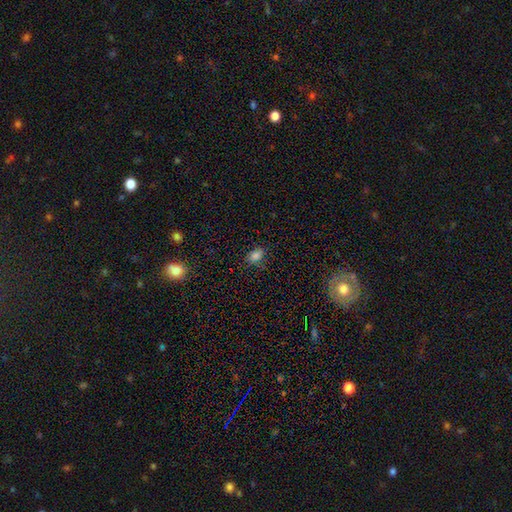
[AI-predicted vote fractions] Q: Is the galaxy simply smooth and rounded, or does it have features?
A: smooth — 81%.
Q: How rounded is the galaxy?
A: in between — 74%.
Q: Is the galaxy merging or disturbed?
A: none — 82%.